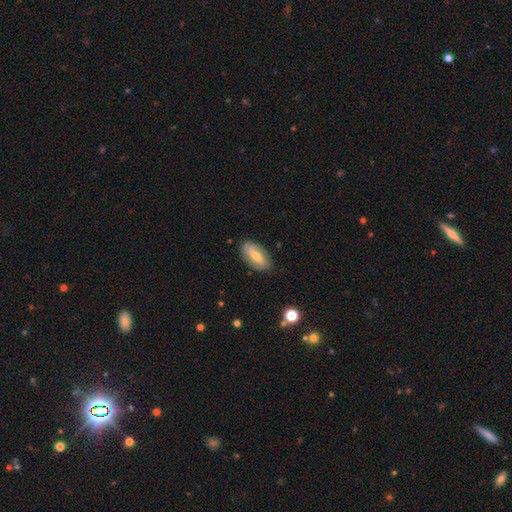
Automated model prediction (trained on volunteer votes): smooth-or-featured: featured or disk: 51% | smooth: 43% | star or artifact: 7%
  disk-edge-on: no: 87% | yes: 13%
  merging: none: 83% | minor disturbance: 13% | major disturbance: 3% | merger: 1%